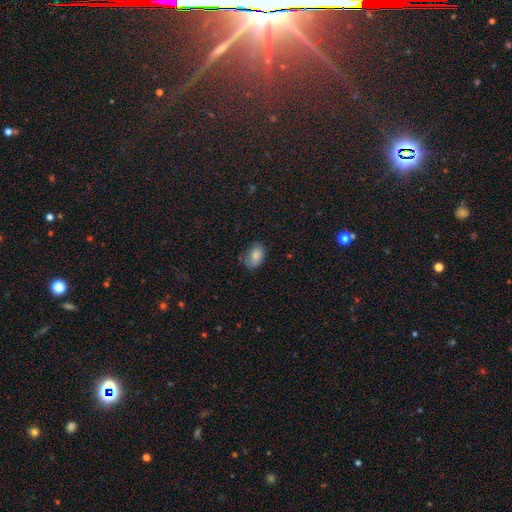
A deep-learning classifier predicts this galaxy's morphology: type=smooth (82%); roundness=in between (85%); merging=none (64%).